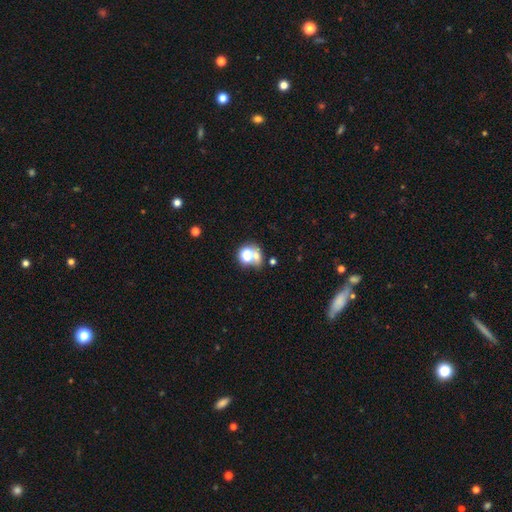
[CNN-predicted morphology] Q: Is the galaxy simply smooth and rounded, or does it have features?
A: smooth — 55%.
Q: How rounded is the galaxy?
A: round — 72%.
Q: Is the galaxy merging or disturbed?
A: none — 49%.